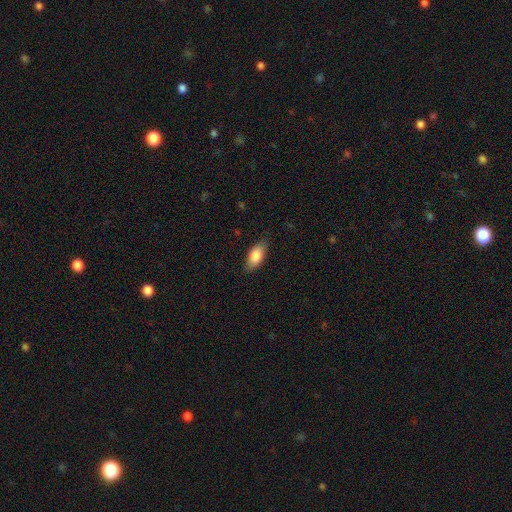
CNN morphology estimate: Smooth or featured: smooth — 83% (featured or disk — 11%)
How rounded: in between — 87% (cigar-shaped — 10%)
Merging: none — 83% (minor disturbance — 13%)